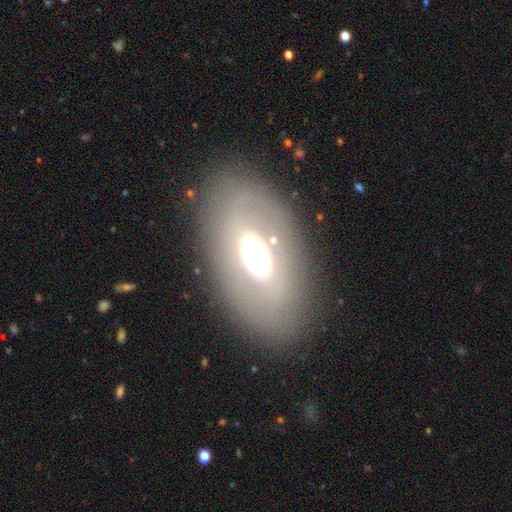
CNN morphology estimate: Smooth or featured? Predicted: featured or disk (p=0.46). Merging? Predicted: none (p=0.81).